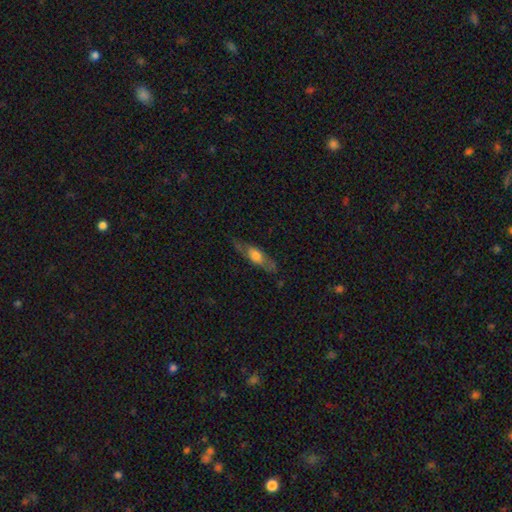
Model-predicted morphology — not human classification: Smooth or featured? Predicted: featured or disk (p=0.48). Merging? Predicted: none (p=0.71).